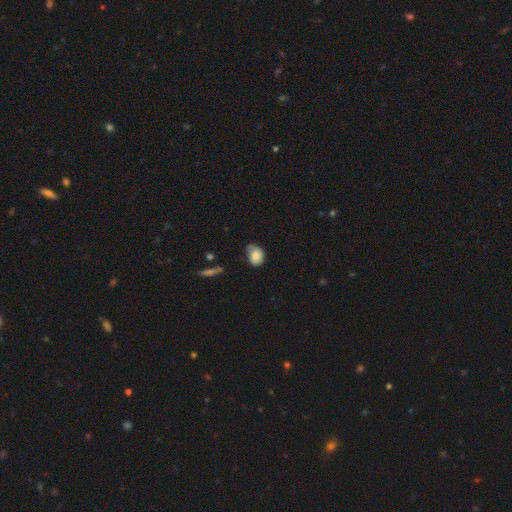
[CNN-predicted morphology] Smooth or featured? smooth (78%)
How rounded? in between (70%)
Merging? none (45%)